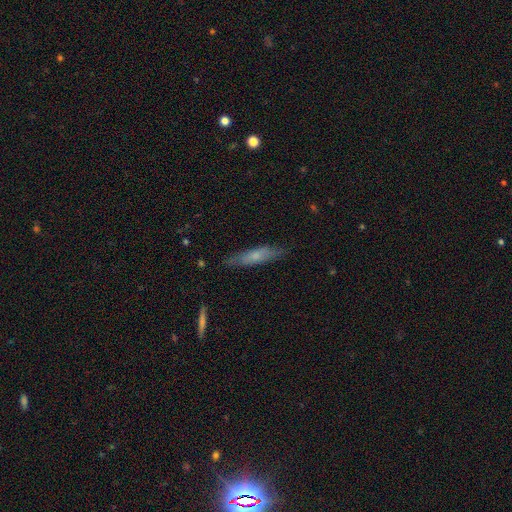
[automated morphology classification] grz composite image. It shows a smooth galaxy with no disk features (58%) that is cigar-shaped (81%). Merging: none (81%).